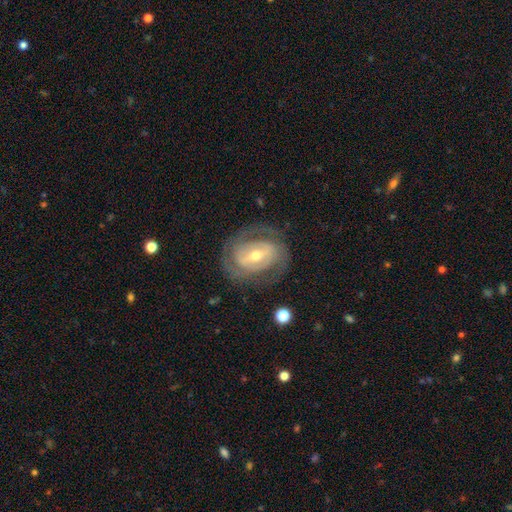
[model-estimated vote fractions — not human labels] smooth-or-featured: featured or disk: 82% | smooth: 12% | star or artifact: 5%
  disk-edge-on: no: 95% | yes: 5%
    bar: strong: 43% | weak: 38% | no: 19%
    has-spiral-arms: yes: 82% | no: 18%
      spiral-winding: tight: 55% | medium: 34% | loose: 10%
      spiral-arm-count: 2: 67% | can't tell: 19% | 3: 7% | 1: 4% | 4: 2% | more than 4: 2%
    bulge-size: moderate: 55% | small: 40% | large: 3% | none: 1% | dominant: 1%
  merging: none: 74% | minor disturbance: 15% | major disturbance: 10% | merger: 1%